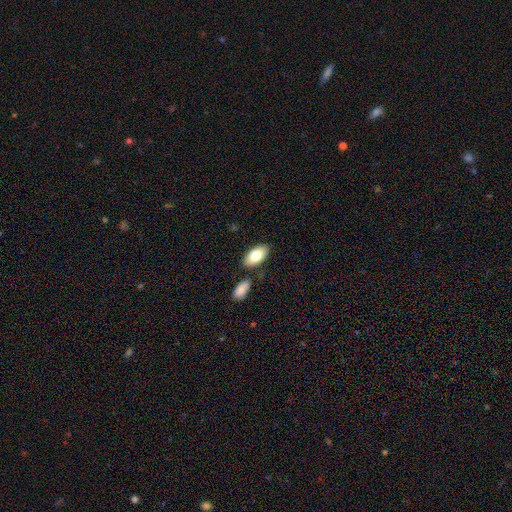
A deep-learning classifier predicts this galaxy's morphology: A smooth galaxy with no disk features (79%) that is in between round and cigar-shaped (94%).

Vote fractions:
- Smooth or featured? smooth: 79% / featured or disk: 15% / star or artifact: 6%
- How rounded? in between: 94% / cigar-shaped: 3% / round: 3%
- Merging? none: 79% / minor disturbance: 11% / merger: 8% / major disturbance: 3%